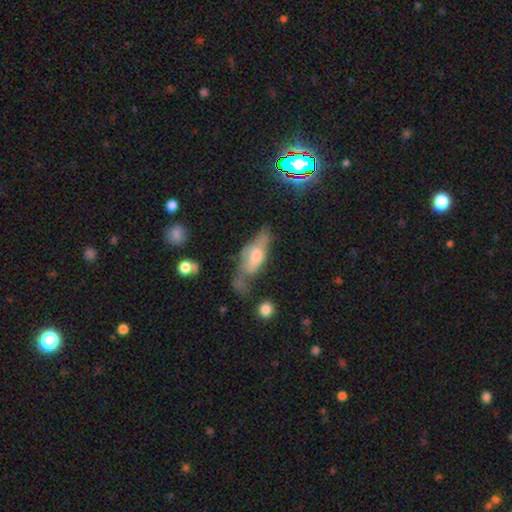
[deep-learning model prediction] Smooth or featured? Predicted: smooth (p=0.46). Merging? Predicted: none (p=0.33).